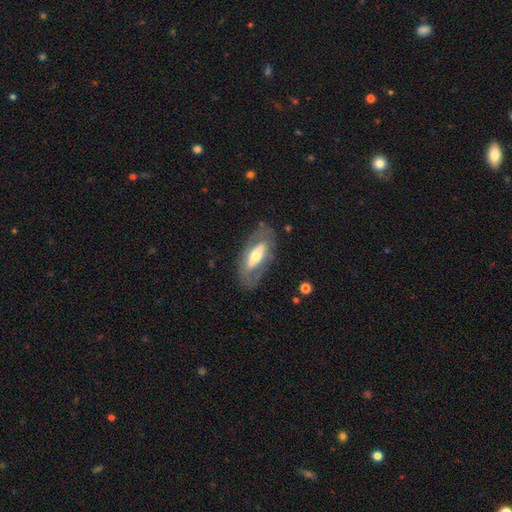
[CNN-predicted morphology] Q: Smooth or featured?
A: featured or disk (57%); runner-up: smooth (37%)
Q: Edge-on disk?
A: no (76%); runner-up: yes (24%)
Q: Merging?
A: none (76%); runner-up: minor disturbance (15%)